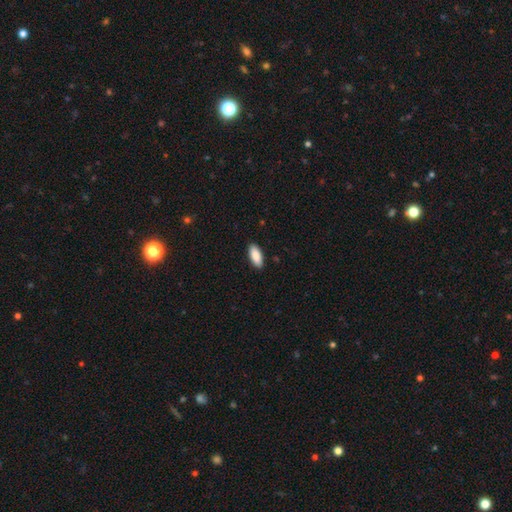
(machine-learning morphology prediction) Smooth or featured: smooth — 89% (star or artifact — 6%)
How rounded: in between — 84% (cigar-shaped — 15%)
Merging: none — 90% (minor disturbance — 7%)